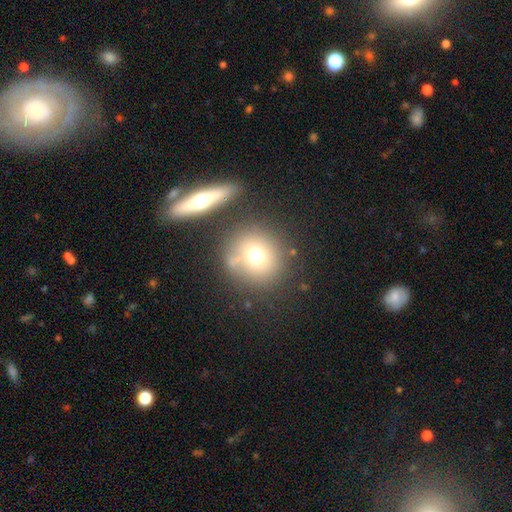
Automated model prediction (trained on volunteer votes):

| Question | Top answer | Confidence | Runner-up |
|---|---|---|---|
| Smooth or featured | smooth | 69% | featured or disk (16%) |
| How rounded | round | 89% | in between (9%) |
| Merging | none | 71% | merger (13%) |